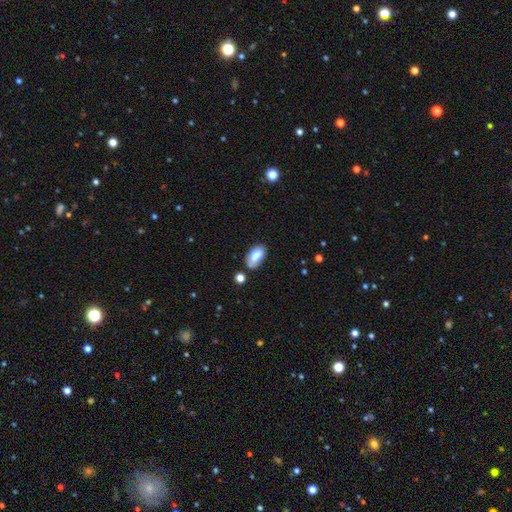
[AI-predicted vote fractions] smooth 77%, featured or disk 14%, star or artifact 8%. Down the decision tree: how rounded — in between (92%); merging — none (57%).